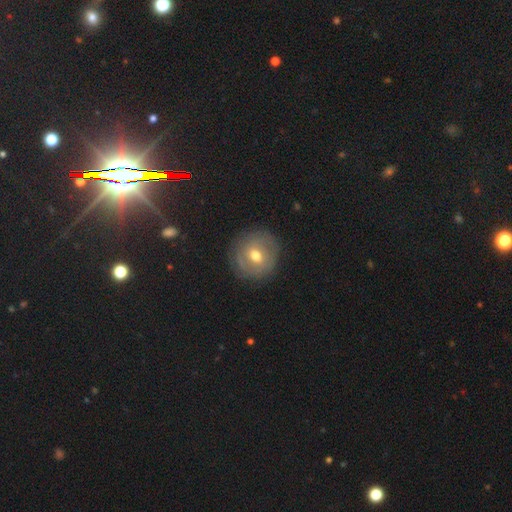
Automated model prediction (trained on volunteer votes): A featured or disk galaxy (50%). Merging: none (81%).